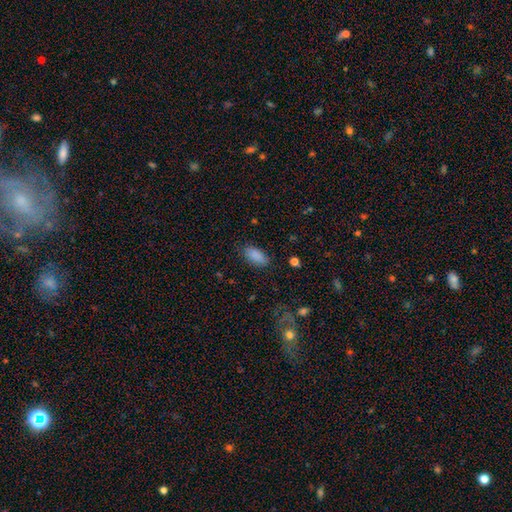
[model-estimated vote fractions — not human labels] smooth-or-featured: smooth: 87% | star or artifact: 8% | featured or disk: 5%
  how-rounded: in between: 92% | cigar-shaped: 4% | round: 4%
  merging: none: 83% | minor disturbance: 13% | major disturbance: 3% | merger: 1%